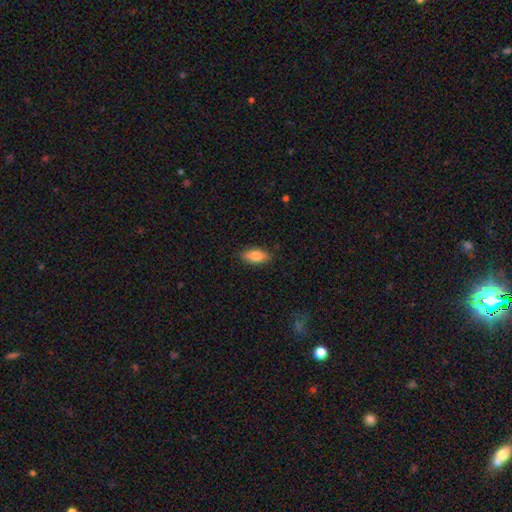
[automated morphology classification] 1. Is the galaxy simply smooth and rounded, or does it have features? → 84% smooth, 10% featured or disk, 7% star or artifact.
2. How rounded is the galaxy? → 87% in between, 10% cigar-shaped, 3% round.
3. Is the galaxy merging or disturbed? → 87% none, 10% minor disturbance, 2% major disturbance, 1% merger.